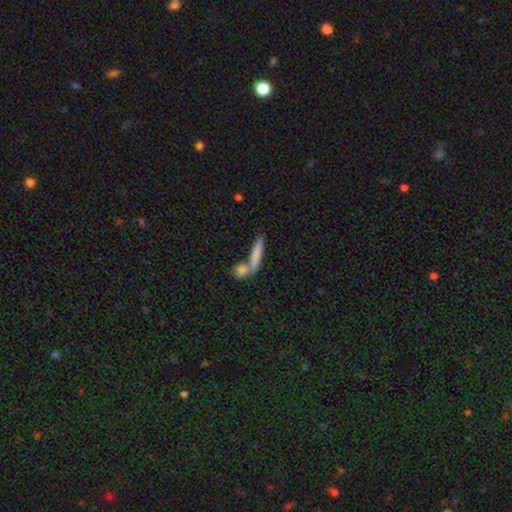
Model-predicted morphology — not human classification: smooth 76%, featured or disk 16%, star or artifact 8%. Down the decision tree: how rounded — cigar-shaped (78%); merging — none (54%).